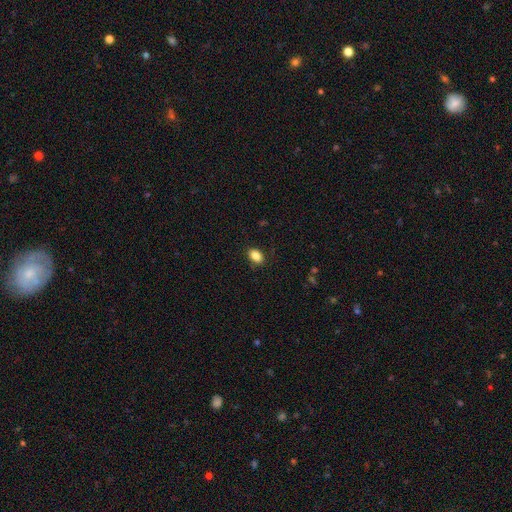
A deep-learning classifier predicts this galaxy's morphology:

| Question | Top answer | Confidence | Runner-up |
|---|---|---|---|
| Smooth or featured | smooth | 86% | star or artifact (9%) |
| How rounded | in between | 83% | round (15%) |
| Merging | none | 87% | minor disturbance (10%) |